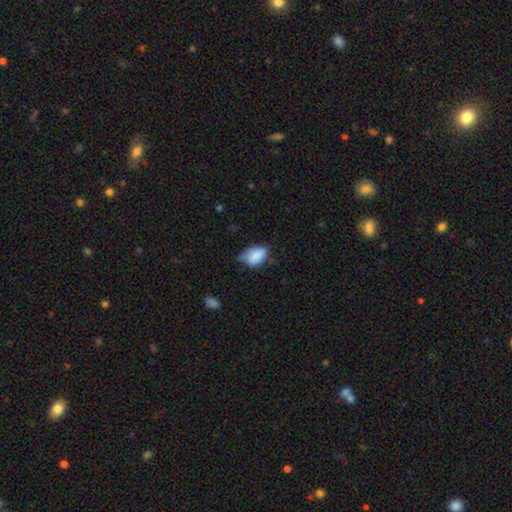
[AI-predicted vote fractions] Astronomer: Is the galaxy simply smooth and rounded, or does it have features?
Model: smooth — 82%.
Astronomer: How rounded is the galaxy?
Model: in between — 85%.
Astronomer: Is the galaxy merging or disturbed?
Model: minor disturbance — 44% (runner-up: none, 41%).